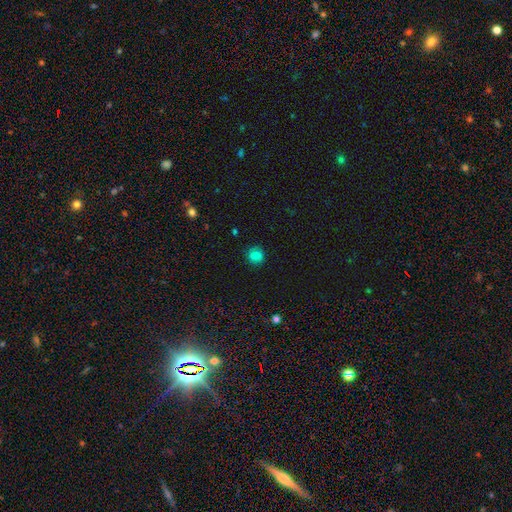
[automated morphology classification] Smooth or featured? smooth (77%)
How rounded? round (74%)
Merging? none (79%)